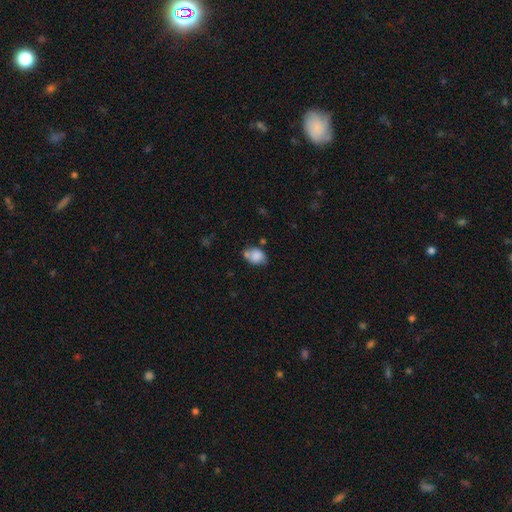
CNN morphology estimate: This appears to be a smooth galaxy with no disk features (81%) that is in between round and cigar-shaped (66%). Merging: none (53%).